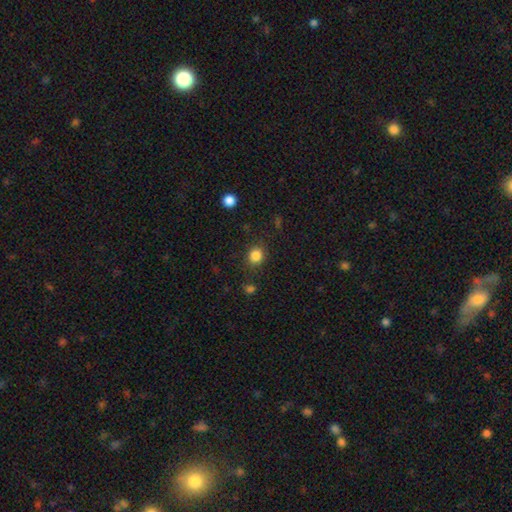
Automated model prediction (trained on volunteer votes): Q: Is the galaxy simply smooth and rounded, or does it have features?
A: smooth — 85%.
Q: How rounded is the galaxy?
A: round — 76%.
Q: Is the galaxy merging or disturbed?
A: none — 84%.